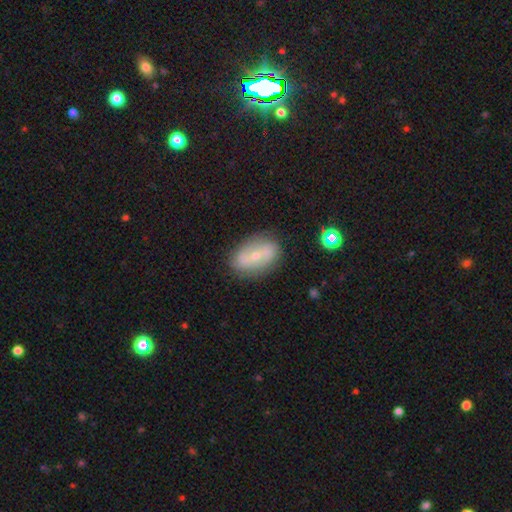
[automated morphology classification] Smooth or featured?
  - featured or disk: 64% *
  - smooth: 28%
  - star or artifact: 8%
Edge-on disk?
  - no: 92% *
  - yes: 8%
Bar?
  - weak: 35% *
  - strong: 34%
  - no: 30%
Spiral arms?
  - yes: 70% *
  - no: 30%
Bulge size?
  - small: 65% *
  - moderate: 31%
  - none: 2%
  - large: 1%
  - dominant: 1%
Merging?
  - none: 81% *
  - minor disturbance: 13%
  - major disturbance: 3%
  - merger: 2%